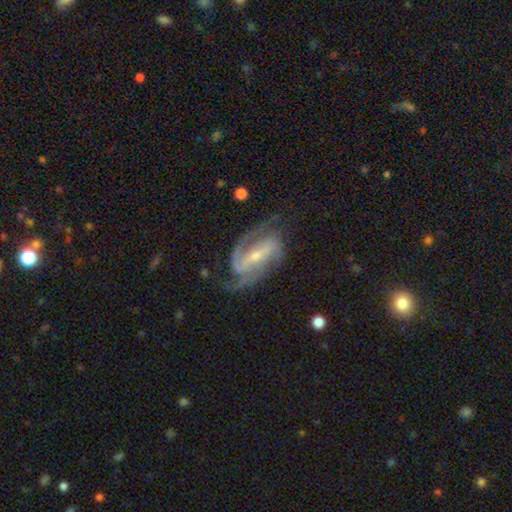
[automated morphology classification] Smooth or featured? featured or disk (91%)
Edge-on disk? no (96%)
Bar? strong (64%)
Spiral arms? yes (98%)
Spiral winding? medium (51%)
Spiral arm count? 2 (75%)
Bulge size? small (61%)
Merging? none (72%)